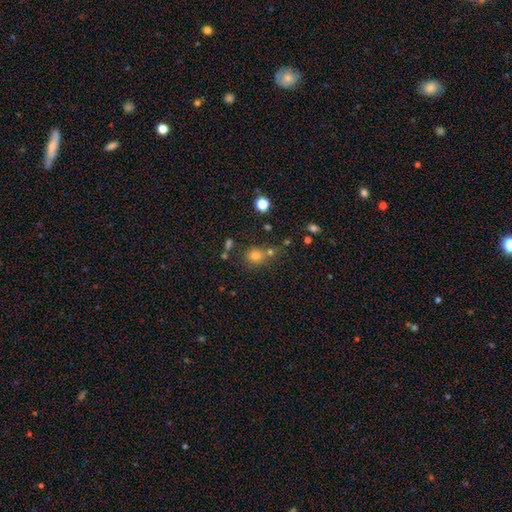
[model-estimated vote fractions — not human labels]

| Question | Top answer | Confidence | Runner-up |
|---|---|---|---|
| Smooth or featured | smooth | 69% | star or artifact (21%) |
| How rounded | round | 82% | in between (17%) |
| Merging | none | 61% | merger (22%) |